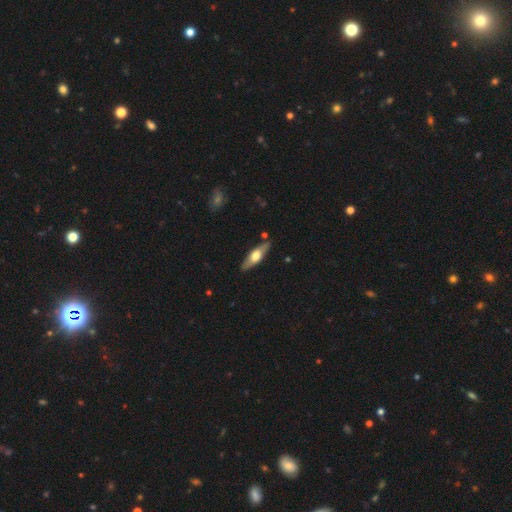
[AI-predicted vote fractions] A featured or disk galaxy (50%). Merging: none (84%).